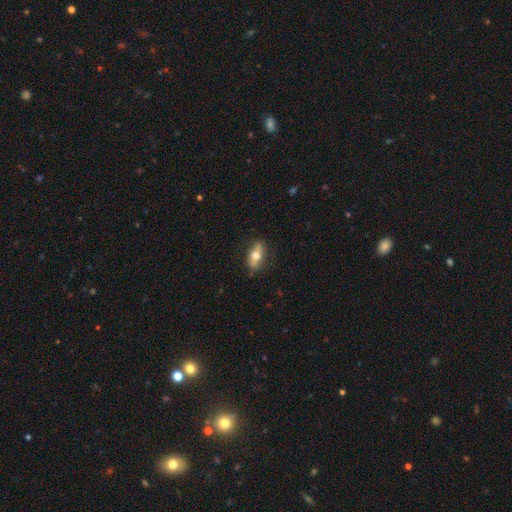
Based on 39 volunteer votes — smooth-or-featured: smooth: 56% | featured or disk: 36% | star or artifact: 8%
  how-rounded: in between: 73% | cigar-shaped: 18% | round: 9%
  merging: none: 81% | minor disturbance: 19% | major disturbance: 0% | merger: 0%